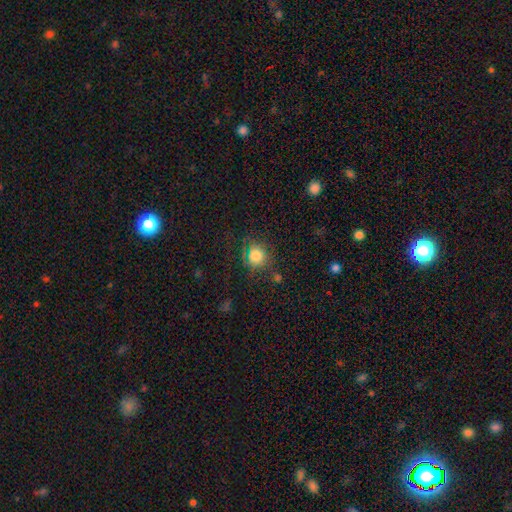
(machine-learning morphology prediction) Smooth or featured? smooth (75%)
How rounded? round (87%)
Merging? none (77%)